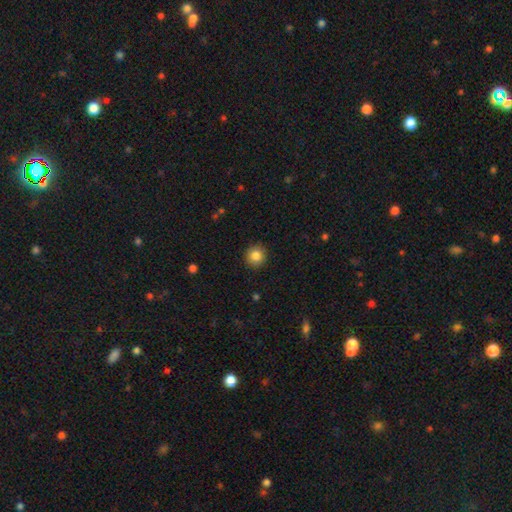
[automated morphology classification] Smooth or featured: smooth — 85% (star or artifact — 10%)
How rounded: round — 94% (in between — 5%)
Merging: none — 92% (minor disturbance — 5%)